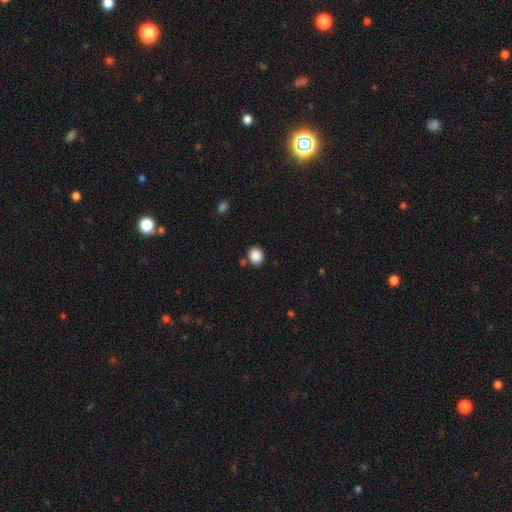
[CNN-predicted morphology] Smooth or featured? Predicted: smooth (p=0.88). How rounded? Predicted: round (p=0.75). Merging? Predicted: none (p=0.83).